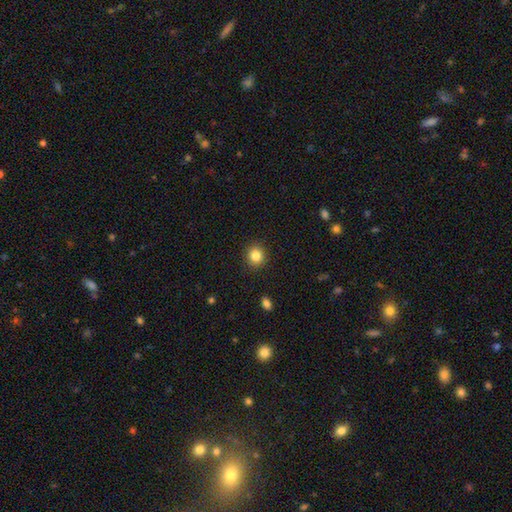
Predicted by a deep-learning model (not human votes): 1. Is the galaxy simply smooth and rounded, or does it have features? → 84% smooth, 10% star or artifact, 6% featured or disk.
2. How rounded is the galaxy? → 87% round, 12% in between, 1% cigar-shaped.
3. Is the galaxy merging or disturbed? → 91% none, 6% minor disturbance, 2% major disturbance, 1% merger.